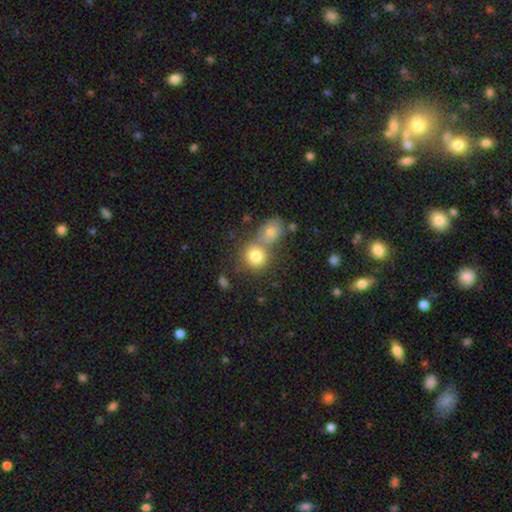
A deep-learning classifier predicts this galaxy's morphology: A smooth galaxy with no disk features (78%) that is round (79%). Merging: merger (47%).